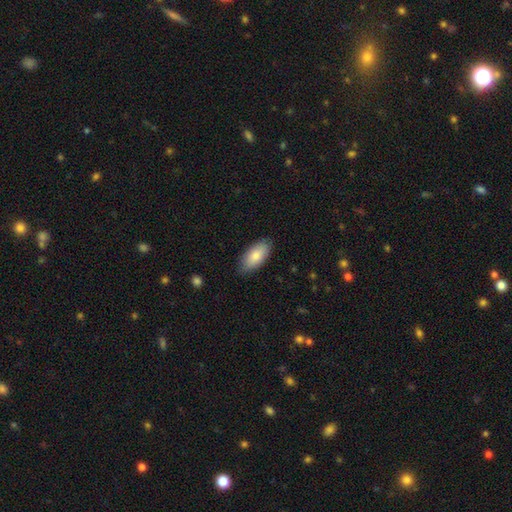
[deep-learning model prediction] A smooth galaxy with no disk features (81%) that is in between round and cigar-shaped (92%).

Vote fractions:
- Smooth or featured? smooth: 81% / featured or disk: 13% / star or artifact: 6%
- How rounded? in between: 92% / cigar-shaped: 6% / round: 2%
- Merging? none: 85% / minor disturbance: 11% / major disturbance: 2% / merger: 1%